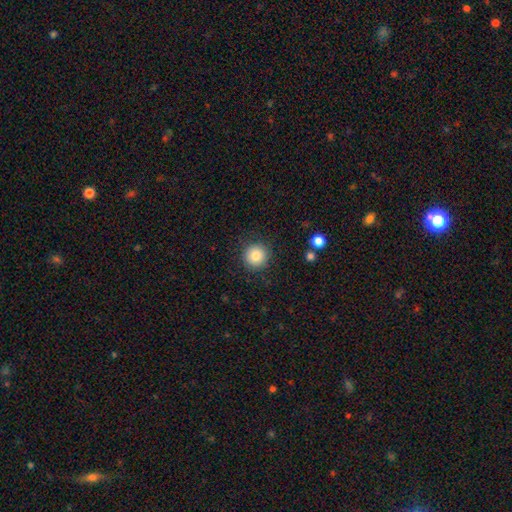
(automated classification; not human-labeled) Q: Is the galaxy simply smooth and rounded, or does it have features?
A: smooth — 84%.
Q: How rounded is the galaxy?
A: round — 95%.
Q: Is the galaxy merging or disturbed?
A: none — 90%.